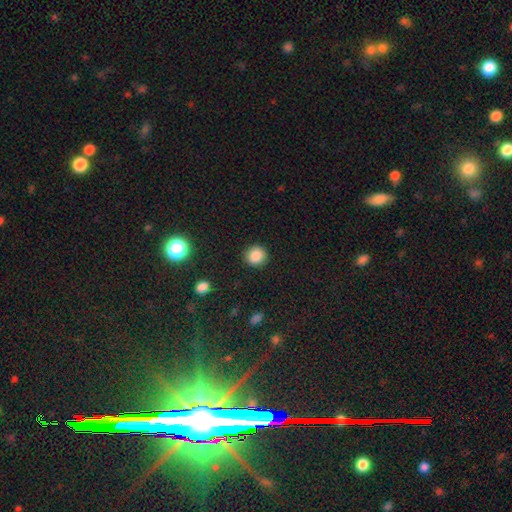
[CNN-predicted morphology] This appears to be a smooth galaxy with no disk features (86%) that is round (90%). Merging: none (91%).